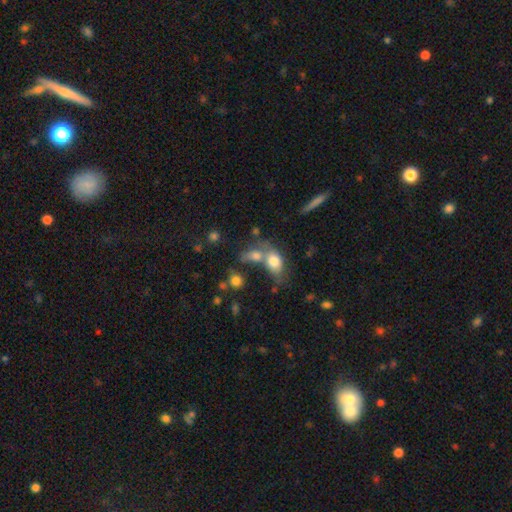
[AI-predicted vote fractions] A smooth galaxy with no disk features (73%) that is in between round and cigar-shaped (72%).

Vote fractions:
- Smooth or featured? smooth: 73% / featured or disk: 15% / star or artifact: 12%
- How rounded? in between: 72% / round: 23% / cigar-shaped: 4%
- Merging? merger: 54% / none: 28% / minor disturbance: 10% / major disturbance: 7%